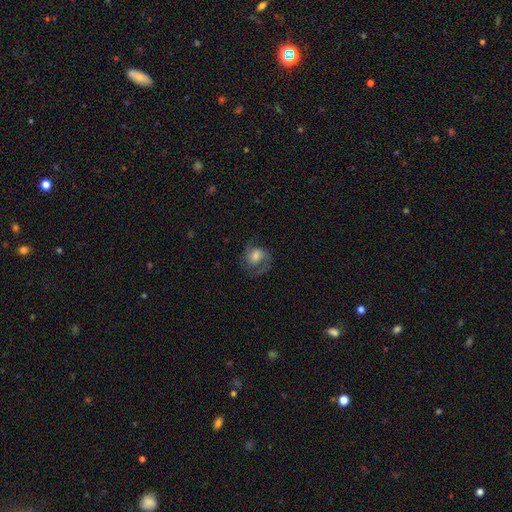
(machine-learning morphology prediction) A featured or disk galaxy (66%) with no bar (53%), 2 (77%) medium (52%) spiral arms (91%) and a moderate central bulge (42%).

Vote fractions:
- Smooth or featured? featured or disk: 66% / smooth: 25% / star or artifact: 9%
- Edge-on disk? no: 97% / yes: 3%
- Bar? no: 53% / weak: 38% / strong: 9%
- Spiral arms? yes: 91% / no: 9%
- Spiral winding? medium: 52% / tight: 25% / loose: 24%
- Spiral arm count? 2: 77% / 1: 9% / can't tell: 8% / 3: 3% / 4: 1% / more than 4: 1%
- Bulge size? moderate: 42% / large: 25% / small: 22% / none: 8% / dominant: 3%
- Merging? none: 65% / minor disturbance: 18% / major disturbance: 16% / merger: 1%